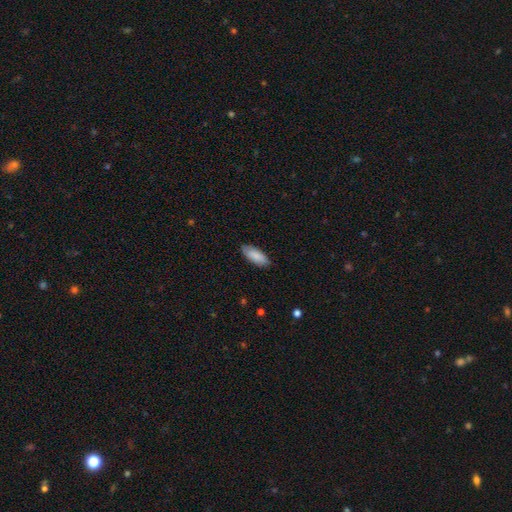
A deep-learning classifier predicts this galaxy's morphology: Overall: smooth (86%). How rounded: in between (80%). Merging: none (84%).